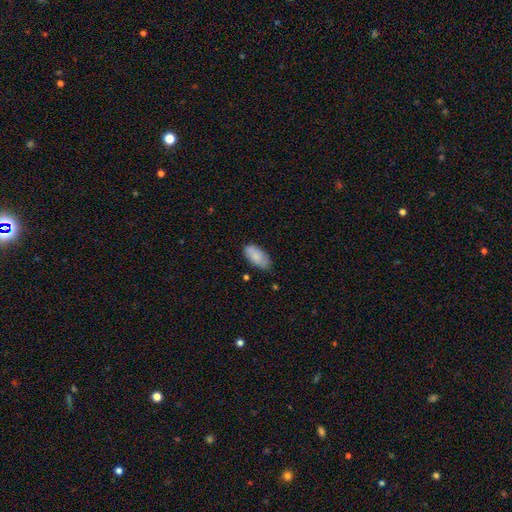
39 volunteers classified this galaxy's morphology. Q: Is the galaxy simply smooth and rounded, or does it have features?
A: smooth — 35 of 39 (90%).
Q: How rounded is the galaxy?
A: in between — 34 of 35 (97%).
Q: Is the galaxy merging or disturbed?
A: none — 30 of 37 (81%).